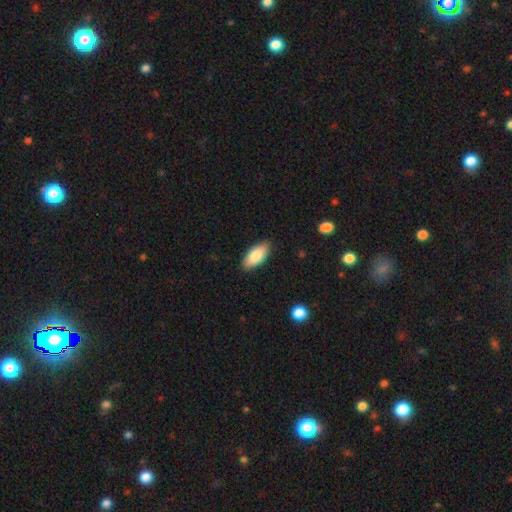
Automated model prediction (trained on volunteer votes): Q: Smooth or featured?
A: smooth (84%); runner-up: featured or disk (10%)
Q: How rounded?
A: in between (90%); runner-up: cigar-shaped (8%)
Q: Merging?
A: none (88%); runner-up: minor disturbance (9%)